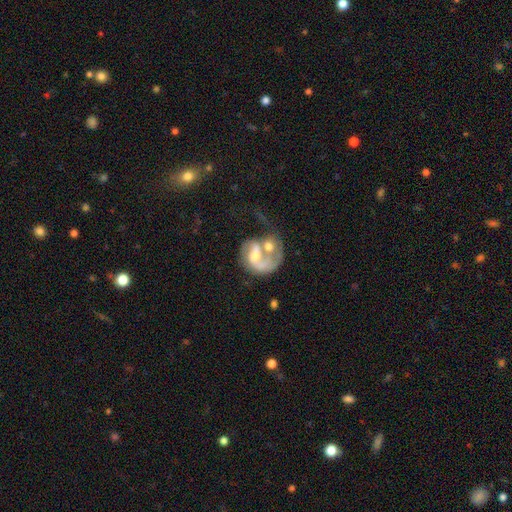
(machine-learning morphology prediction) A featured or disk galaxy (73%) with no bar (53%), 1 (46%) loose (44%) spiral arms (79%) and a moderate central bulge (48%).

Vote fractions:
- Smooth or featured? featured or disk: 73% / smooth: 20% / star or artifact: 7%
- Edge-on disk? no: 98% / yes: 2%
- Bar? no: 53% / weak: 36% / strong: 11%
- Spiral arms? yes: 79% / no: 21%
- Spiral winding? loose: 44% / medium: 38% / tight: 18%
- Spiral arm count? 1: 46% / 2: 39% / can't tell: 10% / 3: 2% / 4: 1% / more than 4: 1%
- Bulge size? moderate: 48% / small: 29% / none: 12% / large: 9% / dominant: 2%
- Merging? merger: 54% / major disturbance: 21% / none: 17% / minor disturbance: 9%